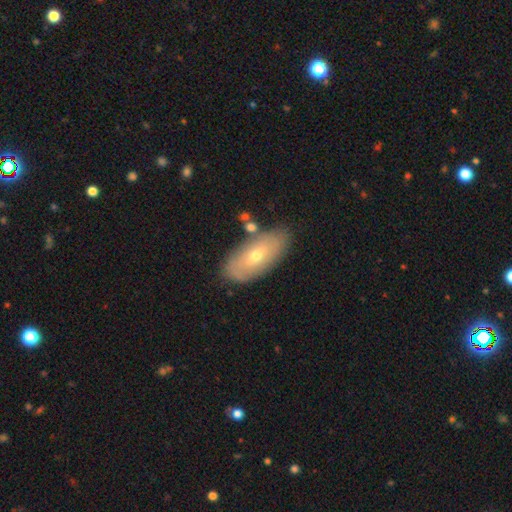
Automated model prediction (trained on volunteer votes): Smooth or featured? smooth (50%)
Merging? none (79%)